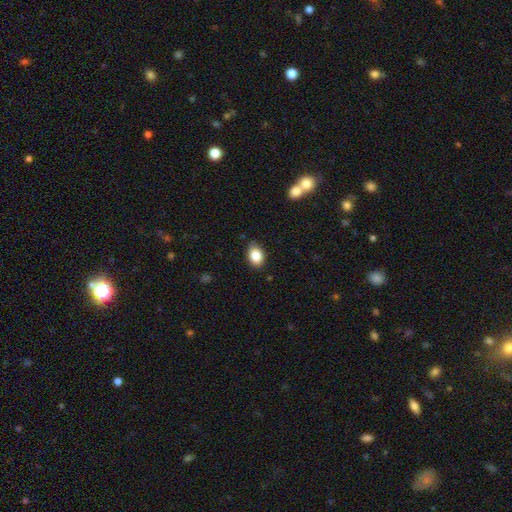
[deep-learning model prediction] This is clearly a smooth galaxy (86%). How rounded: likely in between (78%). Merging: clearly none (83%).